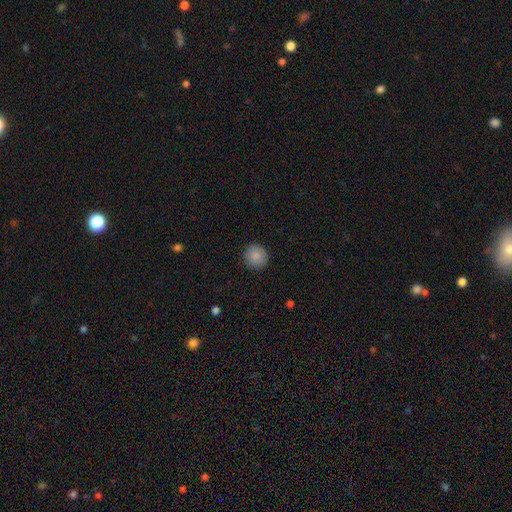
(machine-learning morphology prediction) smooth_or_featured: smooth (p=0.87) [alt: star or artifact p=0.08]
how_rounded: round (p=0.93) [alt: in between p=0.06]
merging: none (p=0.91) [alt: minor disturbance p=0.06]